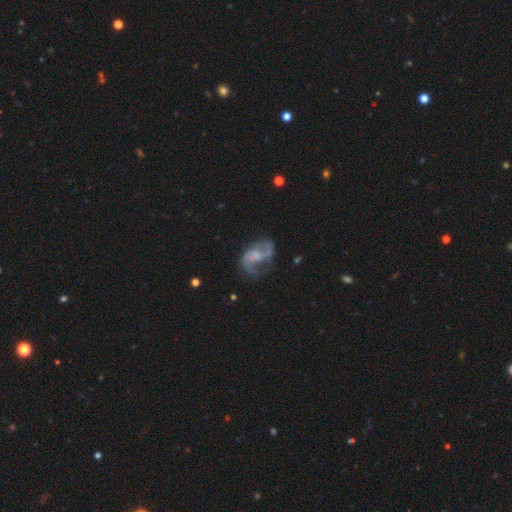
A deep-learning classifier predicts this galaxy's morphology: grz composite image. It shows a featured or disk galaxy (85%) with no bar (48%), 2 (88%) medium (46%) spiral arms (94%) and a small central bulge (51%). Merging: none (62%).